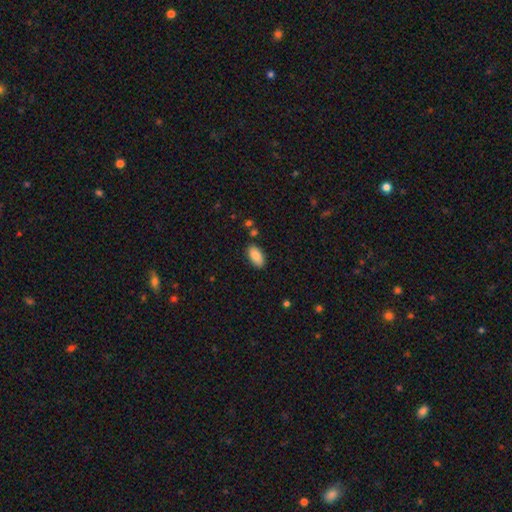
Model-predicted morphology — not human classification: smooth 87%, star or artifact 7%, featured or disk 6%. Down the decision tree: how rounded — in between (93%); merging — none (84%).